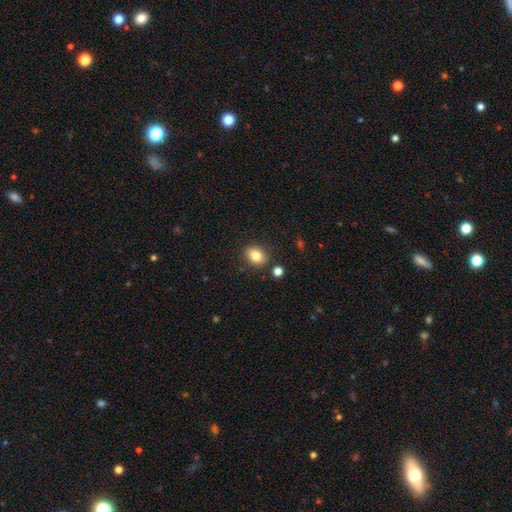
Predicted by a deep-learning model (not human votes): smooth_or_featured: smooth (p=0.83) [alt: star or artifact p=0.10]
how_rounded: in between (p=0.53) [alt: round p=0.46]
merging: none (p=0.84) [alt: minor disturbance p=0.09]